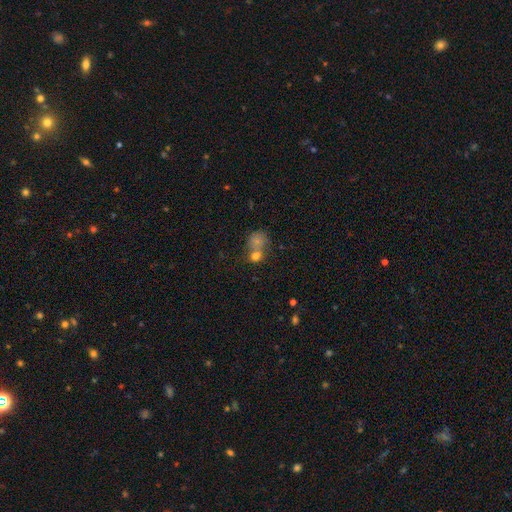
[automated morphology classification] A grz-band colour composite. It shows a smooth galaxy with no disk features (73%) that is round (69%). Merging: merger (53%).